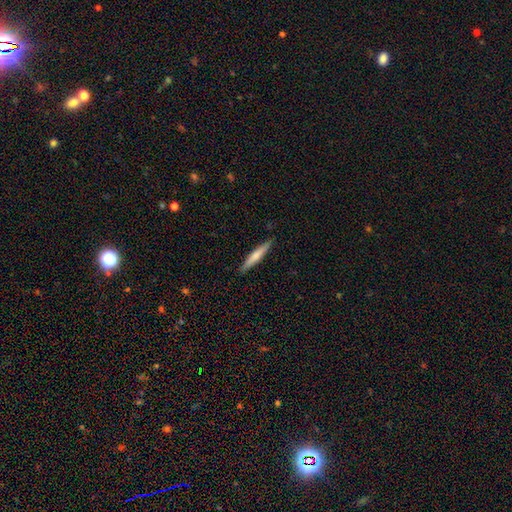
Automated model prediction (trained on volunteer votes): A smooth galaxy with no disk features (58%) that is cigar-shaped (95%).

Vote fractions:
- Smooth or featured? smooth: 58% / featured or disk: 37% / star or artifact: 5%
- How rounded? cigar-shaped: 95% / in between: 4% / round: 1%
- Merging? none: 90% / minor disturbance: 7% / major disturbance: 1% / merger: 1%